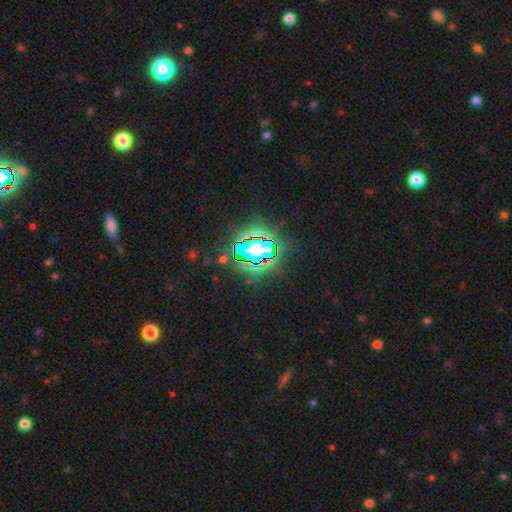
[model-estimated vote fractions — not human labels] Q: Smooth or featured?
A: star or artifact (81%); runner-up: smooth (12%)